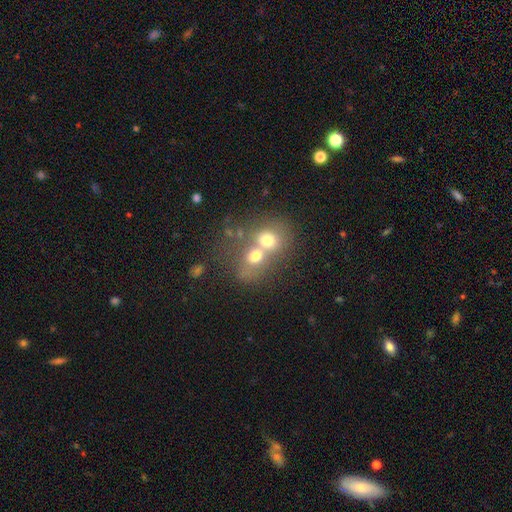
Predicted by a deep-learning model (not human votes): This appears to be a smooth galaxy with no disk features (66%) that is round (65%). Merging: merger (68%).